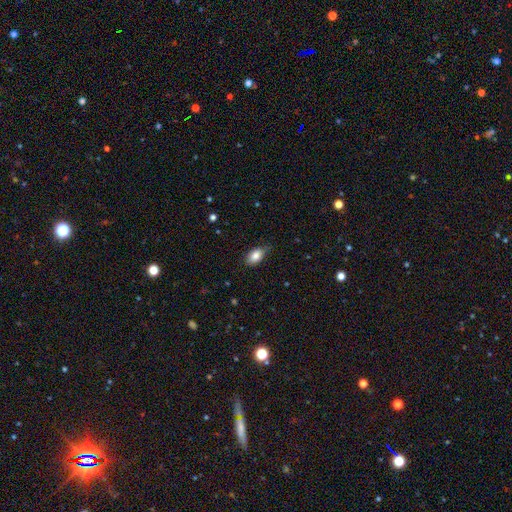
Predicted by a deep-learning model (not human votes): This is clearly a smooth galaxy (84%). How rounded: clearly in between (89%). Merging: likely none (69%).